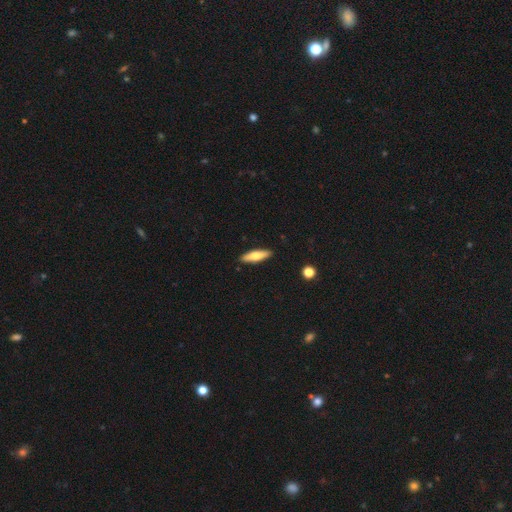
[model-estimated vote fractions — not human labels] Smooth or featured? Predicted: smooth (p=0.63). How rounded? Predicted: cigar-shaped (p=0.63). Merging? Predicted: none (p=0.90).